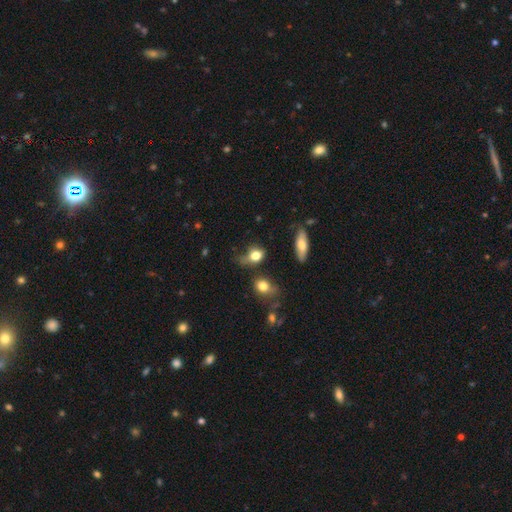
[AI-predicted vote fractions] Smooth or featured? Predicted: smooth (p=0.79). How rounded? Predicted: in between (p=0.53). Merging? Predicted: none (p=0.36).